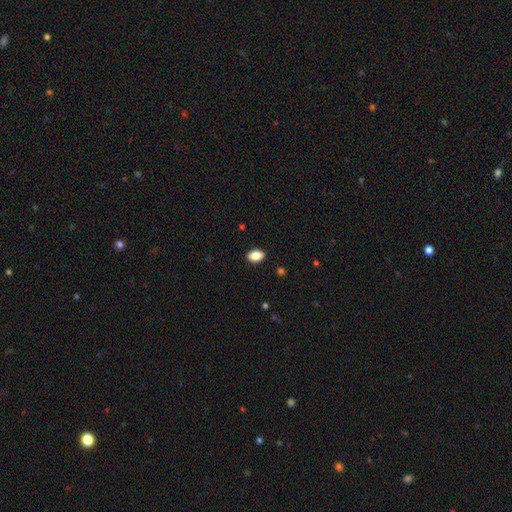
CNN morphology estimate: smooth_or_featured: smooth (p=0.88) [alt: star or artifact p=0.08]
how_rounded: in between (p=0.86) [alt: round p=0.13]
merging: none (p=0.90) [alt: minor disturbance p=0.07]